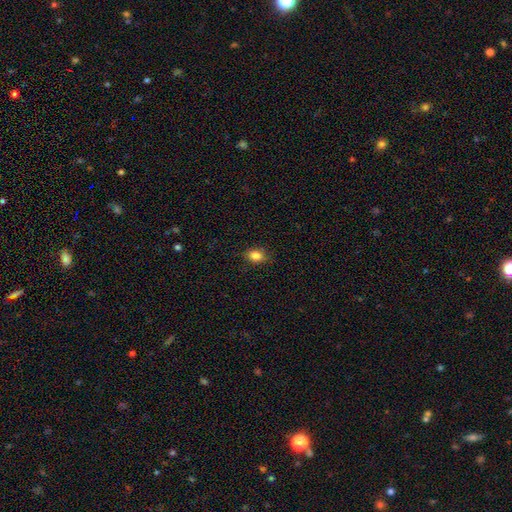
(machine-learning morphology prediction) The model was most divided on "how rounded": in between: 63%, round: 36%, cigar-shaped: 1%. More confident: merging — none (85%); smooth or featured — smooth (85%).